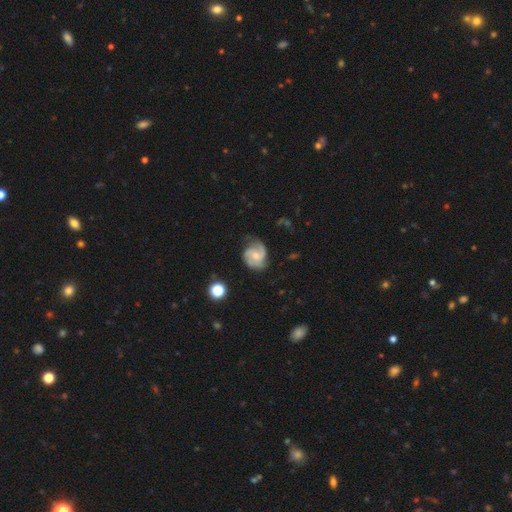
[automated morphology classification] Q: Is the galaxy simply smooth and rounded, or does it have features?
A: featured or disk — 83%.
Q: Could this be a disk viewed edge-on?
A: no — 98%.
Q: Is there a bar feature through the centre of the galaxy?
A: no — 60%.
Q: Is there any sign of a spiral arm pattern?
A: yes — 97%.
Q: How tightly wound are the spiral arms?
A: medium — 50%.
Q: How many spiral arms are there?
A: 2 — 40%, tied with 3.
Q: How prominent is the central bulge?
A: small — 52%.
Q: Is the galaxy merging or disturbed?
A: none — 70%.